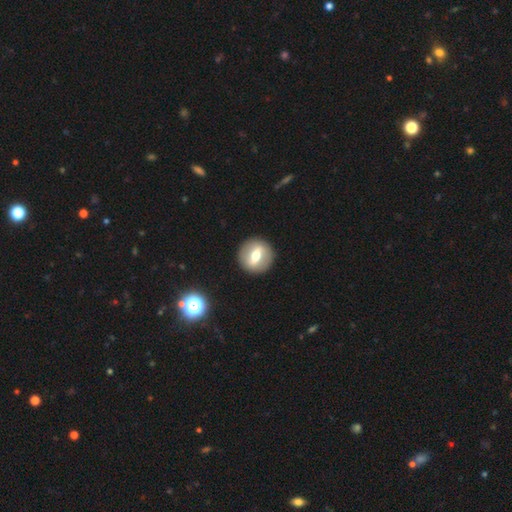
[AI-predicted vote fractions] Morphology: type=featured or disk (52%); edge-on=no (79%); merging=none (90%).